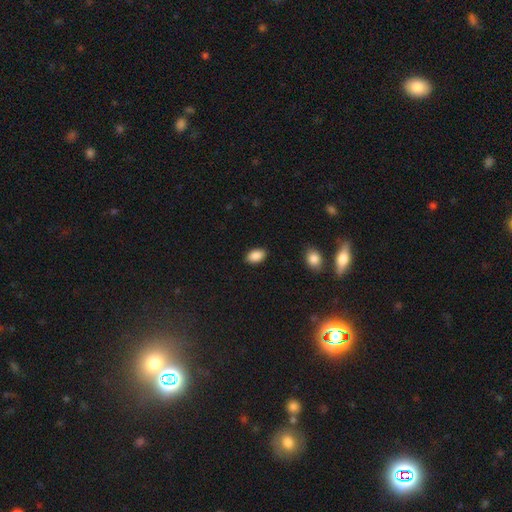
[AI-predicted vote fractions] Smooth or featured?
  - smooth: 89% *
  - star or artifact: 8%
  - featured or disk: 4%
How rounded?
  - in between: 90% *
  - round: 8%
  - cigar-shaped: 1%
Merging?
  - none: 88% *
  - minor disturbance: 9%
  - major disturbance: 2%
  - merger: 1%